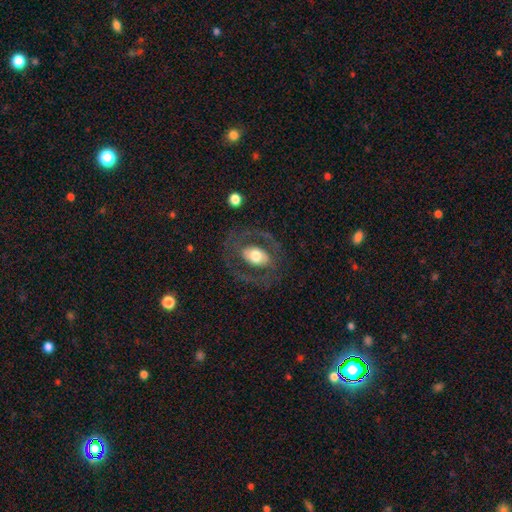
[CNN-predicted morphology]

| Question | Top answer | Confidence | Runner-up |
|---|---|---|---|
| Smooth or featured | featured or disk | 58% | smooth (35%) |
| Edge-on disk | no | 93% | yes (7%) |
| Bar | no | 54% | weak (27%) |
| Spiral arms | no | 57% | yes (43%) |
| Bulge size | moderate | 56% | large (32%) |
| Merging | none | 70% | major disturbance (15%) |